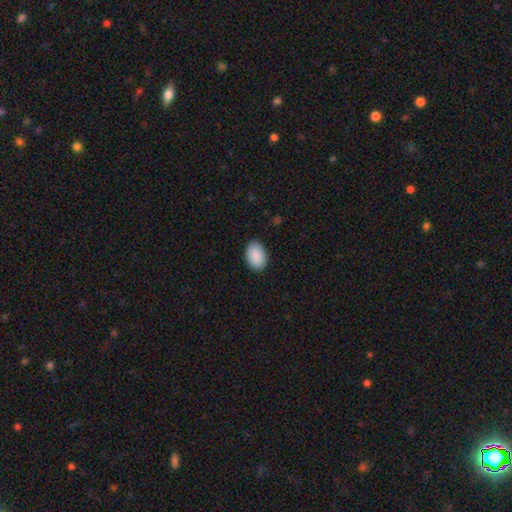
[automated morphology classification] This is clearly a smooth galaxy (91%). How rounded: clearly in between (87%). Merging: clearly none (88%).